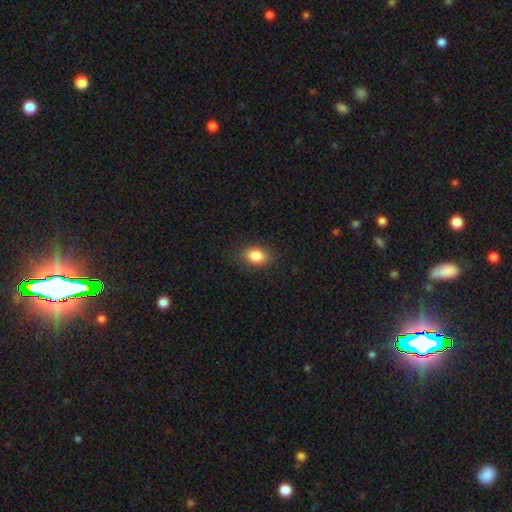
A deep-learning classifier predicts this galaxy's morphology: The model was most divided on "how rounded": in between: 72%, round: 27%, cigar-shaped: 1%. More confident: merging — none (86%); smooth or featured — smooth (85%).